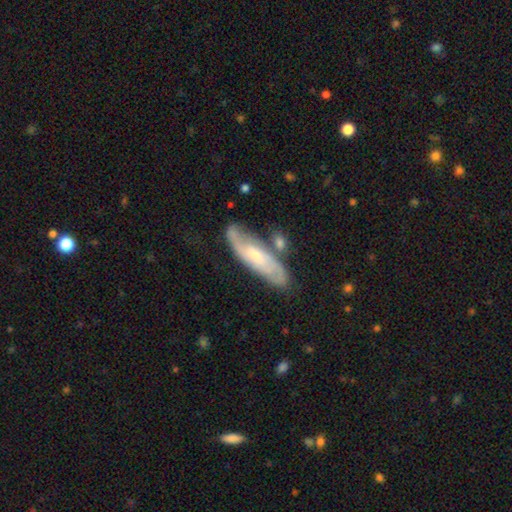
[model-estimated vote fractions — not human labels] A featured or disk galaxy (71%) with a weak bar (43%), 2 (72%) medium (44%) spiral arms (91%) and a small central bulge (48%).

Vote fractions:
- Smooth or featured? featured or disk: 71% / smooth: 23% / star or artifact: 6%
- Edge-on disk? no: 81% / yes: 19%
- Bar? weak: 43% / no: 42% / strong: 15%
- Spiral arms? yes: 91% / no: 9%
- Spiral winding? medium: 44% / tight: 34% / loose: 22%
- Spiral arm count? 2: 72% / can't tell: 18% / 3: 4% / 1: 3% / 4: 1% / more than 4: 1%
- Bulge size? small: 48% / moderate: 42% / none: 5% / large: 4% / dominant: 1%
- Merging? none: 65% / minor disturbance: 19% / merger: 10% / major disturbance: 6%